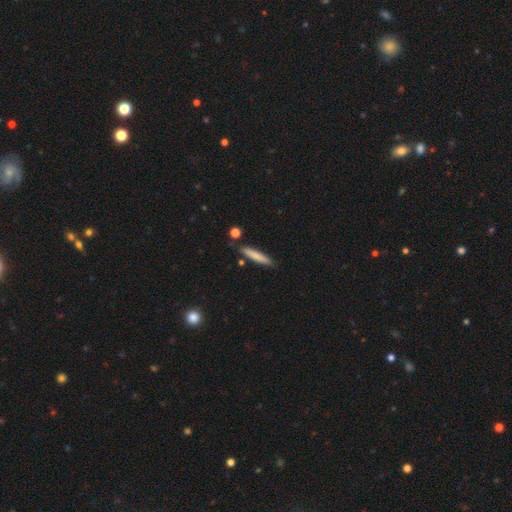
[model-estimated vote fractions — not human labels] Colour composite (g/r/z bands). It shows a smooth galaxy with no disk features (78%) that is cigar-shaped (91%). Merging: none (85%).